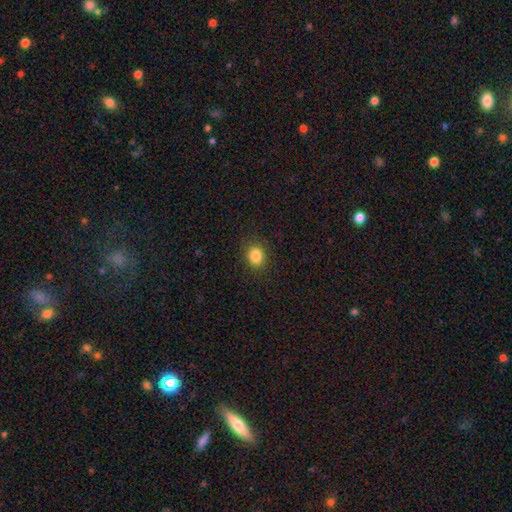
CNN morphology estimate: smooth_or_featured: smooth (p=0.85) [alt: star or artifact p=0.11]
how_rounded: round (p=0.63) [alt: in between p=0.36]
merging: none (p=0.87) [alt: minor disturbance p=0.09]